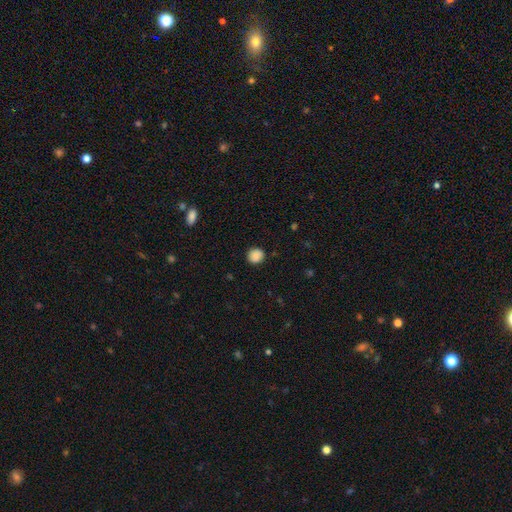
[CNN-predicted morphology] Smooth or featured: smooth — 87% (star or artifact — 9%)
How rounded: round — 86% (in between — 13%)
Merging: none — 85% (minor disturbance — 11%)